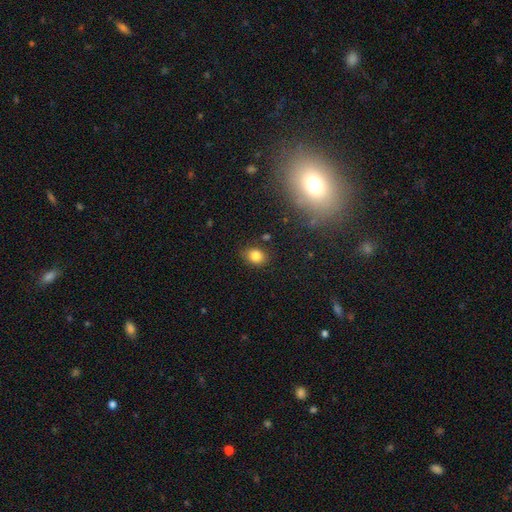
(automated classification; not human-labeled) Q: Smooth or featured?
A: smooth (82%); runner-up: star or artifact (12%)
Q: How rounded?
A: in between (51%); runner-up: round (47%)
Q: Merging?
A: none (81%); runner-up: minor disturbance (14%)